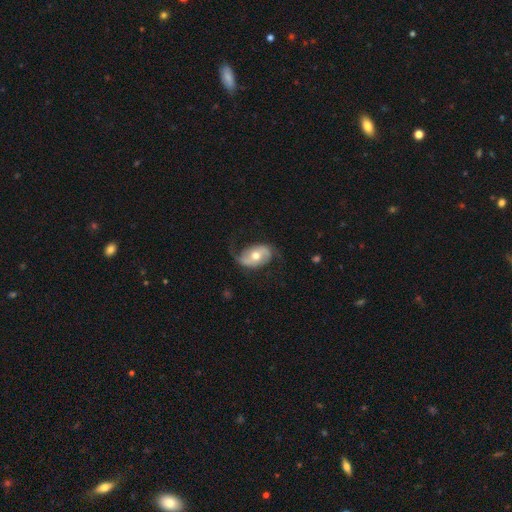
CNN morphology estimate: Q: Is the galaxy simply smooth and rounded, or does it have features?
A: featured or disk — 74%.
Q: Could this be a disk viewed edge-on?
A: no — 96%.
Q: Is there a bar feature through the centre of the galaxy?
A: no — 52%.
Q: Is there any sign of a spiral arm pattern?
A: yes — 88%.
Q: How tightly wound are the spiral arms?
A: loose — 63%.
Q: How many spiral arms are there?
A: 2 — 88%.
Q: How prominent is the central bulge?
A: moderate — 76%.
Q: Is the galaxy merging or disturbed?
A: none — 63%.